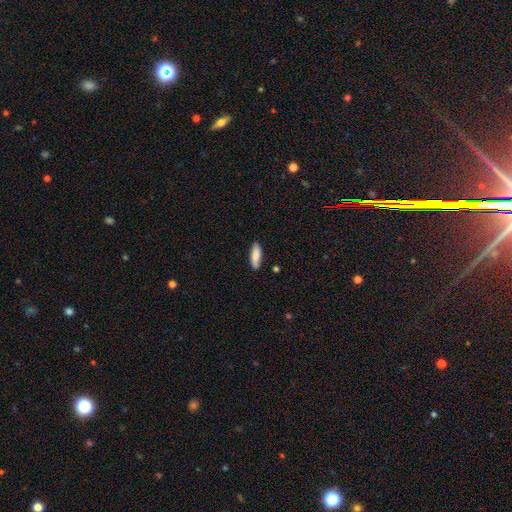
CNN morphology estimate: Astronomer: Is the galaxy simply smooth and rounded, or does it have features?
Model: smooth — 82%.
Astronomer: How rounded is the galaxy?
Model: cigar-shaped — 50% (runner-up: in between, 48%).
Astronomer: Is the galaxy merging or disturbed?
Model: none — 83%.